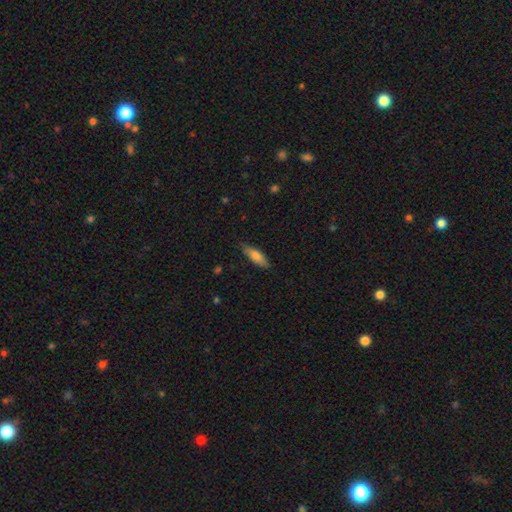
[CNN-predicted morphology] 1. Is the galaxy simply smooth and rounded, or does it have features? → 74% smooth, 20% featured or disk, 6% star or artifact.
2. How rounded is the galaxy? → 50% in between, 48% cigar-shaped, 2% round.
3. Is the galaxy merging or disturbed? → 80% none, 17% minor disturbance, 3% major disturbance, 1% merger.